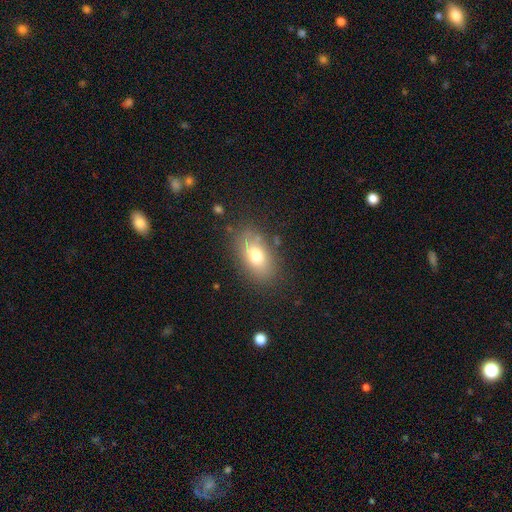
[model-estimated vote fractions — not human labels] smooth-or-featured: smooth: 73% | featured or disk: 17% | star or artifact: 10%
  how-rounded: in between: 86% | round: 11% | cigar-shaped: 3%
  merging: none: 79% | minor disturbance: 14% | major disturbance: 5% | merger: 2%